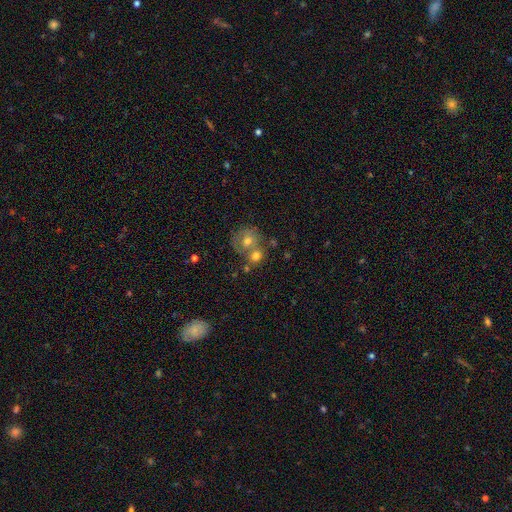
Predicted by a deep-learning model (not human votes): smooth_or_featured: smooth (p=0.68) [alt: featured or disk p=0.21]
how_rounded: round (p=0.78) [alt: in between p=0.21]
merging: merger (p=0.48) [alt: none p=0.39]